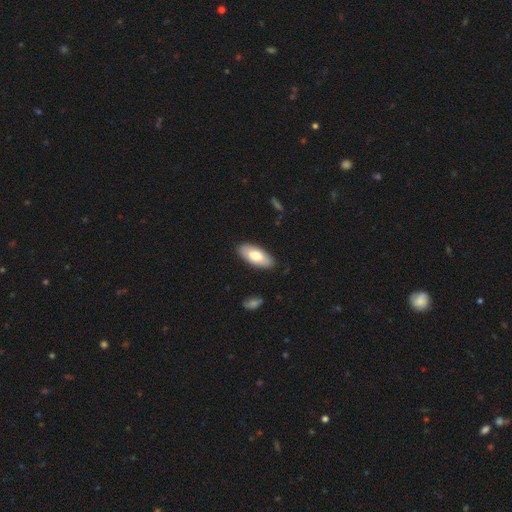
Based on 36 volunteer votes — Smooth or featured?
  - smooth: 69% *
  - featured or disk: 28%
  - star or artifact: 3%
How rounded?
  - in between: 84% *
  - cigar-shaped: 12%
  - round: 4%
Merging?
  - none: 89% *
  - minor disturbance: 9%
  - major disturbance: 3%
  - merger: 0%